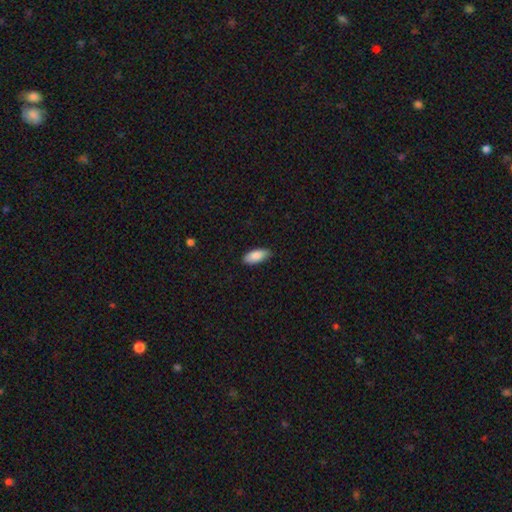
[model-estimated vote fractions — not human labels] Smooth or featured: smooth — 87% (featured or disk — 7%)
How rounded: in between — 87% (cigar-shaped — 11%)
Merging: none — 84% (minor disturbance — 13%)